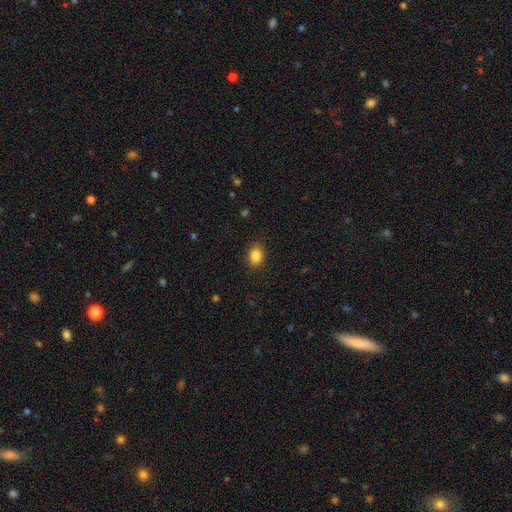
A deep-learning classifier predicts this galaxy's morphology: smooth-or-featured: smooth: 85% | star or artifact: 10% | featured or disk: 5%
  how-rounded: in between: 67% | round: 32% | cigar-shaped: 1%
  merging: none: 87% | minor disturbance: 10% | major disturbance: 2% | merger: 1%